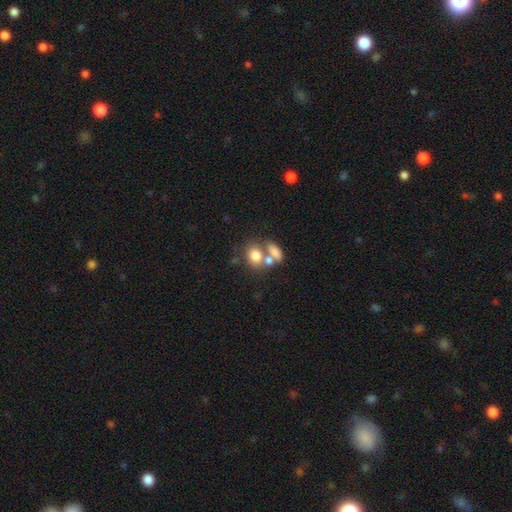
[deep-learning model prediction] A smooth galaxy with no disk features (76%) that is in between round and cigar-shaped (51%).

Vote fractions:
- Smooth or featured? smooth: 76% / featured or disk: 14% / star or artifact: 10%
- How rounded? in between: 51% / round: 47% / cigar-shaped: 2%
- Merging? merger: 47% / none: 38% / minor disturbance: 9% / major disturbance: 6%